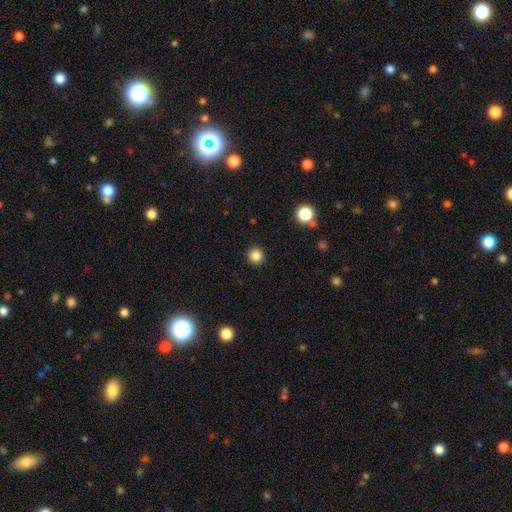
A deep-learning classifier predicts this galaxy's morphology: This appears to be a smooth galaxy with no disk features (84%) that is round (94%). Merging: none (92%).